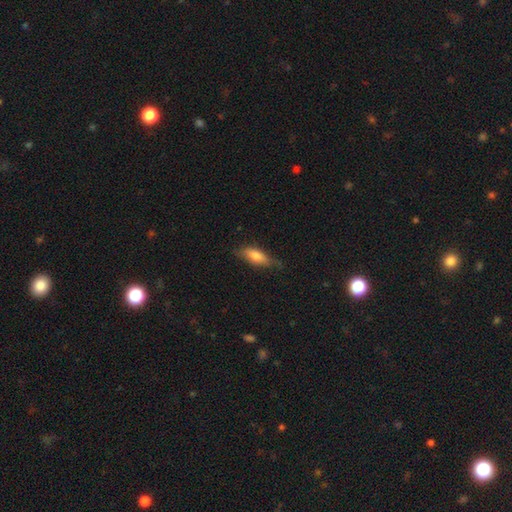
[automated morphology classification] Smooth or featured? smooth (72%)
How rounded? in between (61%)
Merging? none (67%)